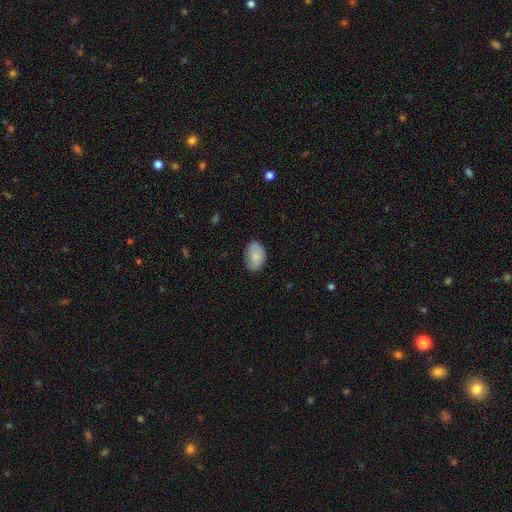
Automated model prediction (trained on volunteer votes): smooth-or-featured: smooth: 81% | featured or disk: 12% | star or artifact: 7%
  how-rounded: in between: 87% | round: 12% | cigar-shaped: 1%
  merging: none: 78% | minor disturbance: 17% | major disturbance: 3% | merger: 1%